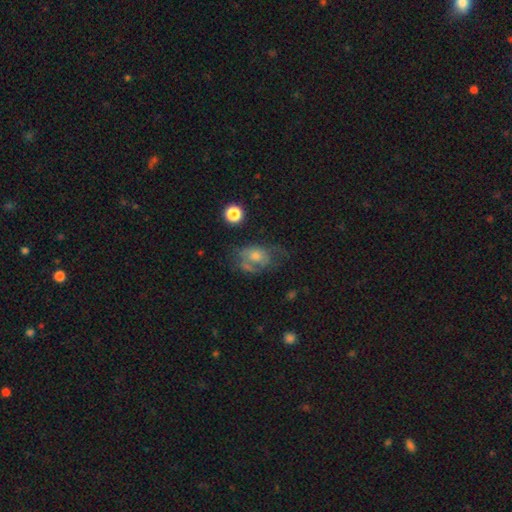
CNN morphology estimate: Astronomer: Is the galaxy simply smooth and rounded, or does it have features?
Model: featured or disk — 50% (runner-up: smooth, 37%).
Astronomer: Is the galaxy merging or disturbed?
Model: none — 39% (runner-up: major disturbance, 30%).